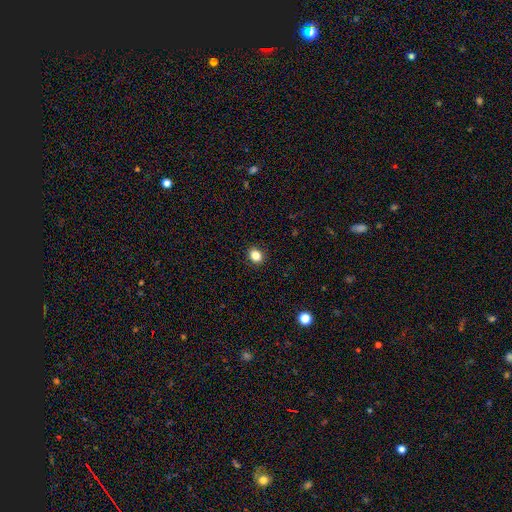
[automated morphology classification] A smooth galaxy with no disk features (85%) that is round (53%).

Vote fractions:
- Smooth or featured? smooth: 85% / star or artifact: 11% / featured or disk: 5%
- How rounded? round: 53% / in between: 46% / cigar-shaped: 1%
- Merging? none: 91% / minor disturbance: 6% / major disturbance: 2% / merger: 1%